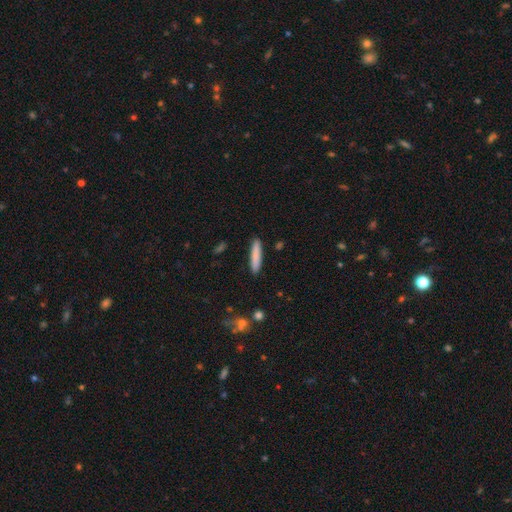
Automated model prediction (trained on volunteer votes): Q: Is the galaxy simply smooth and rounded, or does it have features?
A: smooth — 83%.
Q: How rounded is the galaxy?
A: cigar-shaped — 90%.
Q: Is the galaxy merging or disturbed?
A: none — 90%.